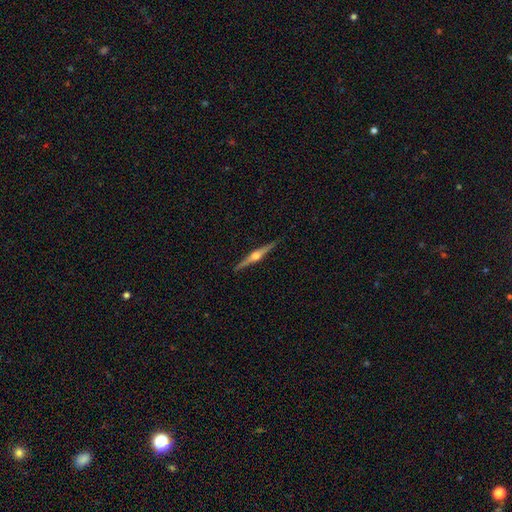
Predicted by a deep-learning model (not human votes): A featured or disk galaxy (83%) viewed edge-on (99%) with a rounded central bulge (93%). Merging: none (91%).